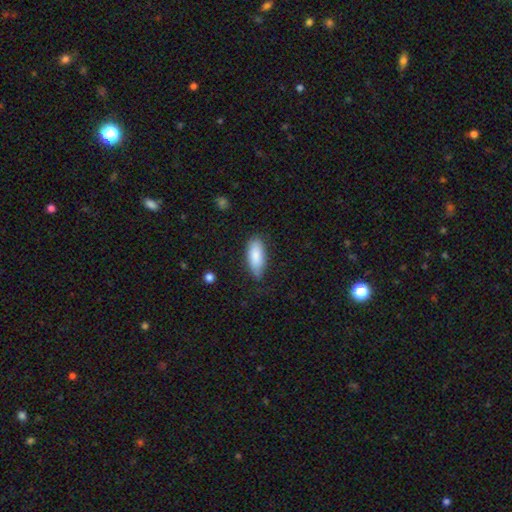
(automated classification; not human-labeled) The model was most divided on "merging": none: 68%, minor disturbance: 25%, major disturbance: 5%, merger: 2%. More confident: smooth or featured — smooth (84%); how rounded — in between (81%).